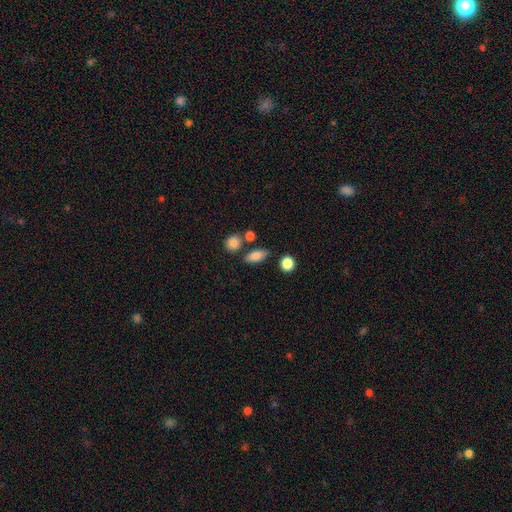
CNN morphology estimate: A smooth galaxy with no disk features (82%) that is in between round and cigar-shaped (80%). Merging: none (76%).